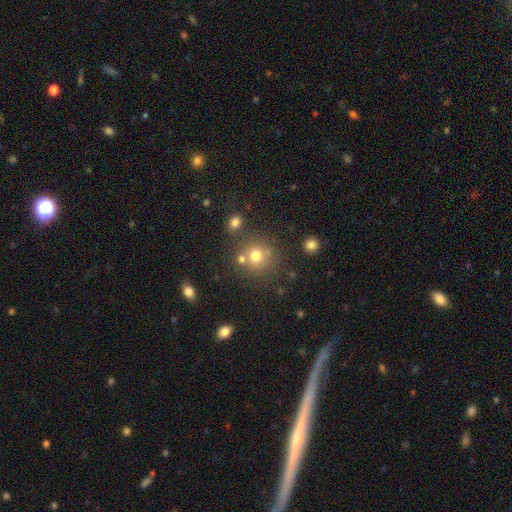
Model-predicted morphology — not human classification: type=smooth (72%); roundness=round (89%); merging=none (69%).